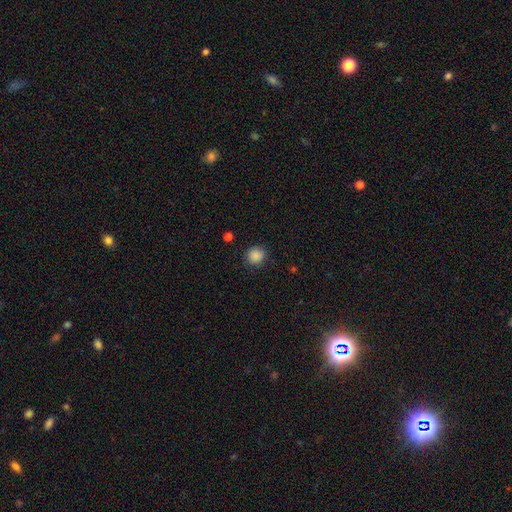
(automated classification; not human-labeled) smooth-or-featured: smooth: 87% | star or artifact: 10% | featured or disk: 3%
  how-rounded: round: 90% | in between: 9% | cigar-shaped: 1%
  merging: none: 88% | minor disturbance: 8% | major disturbance: 3% | merger: 1%